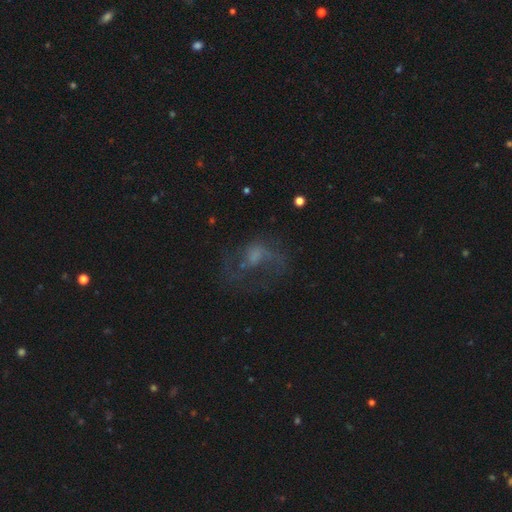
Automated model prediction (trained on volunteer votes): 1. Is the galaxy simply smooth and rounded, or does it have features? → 52% featured or disk, 29% smooth, 19% star or artifact.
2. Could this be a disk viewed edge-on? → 97% no, 3% yes.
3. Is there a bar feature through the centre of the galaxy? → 71% no, 25% weak, 5% strong.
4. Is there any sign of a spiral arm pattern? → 52% yes, 48% no.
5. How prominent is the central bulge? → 37% none, 29% small, 25% moderate, 7% large, 2% dominant.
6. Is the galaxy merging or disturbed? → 42% major disturbance, 38% none, 16% minor disturbance, 4% merger.